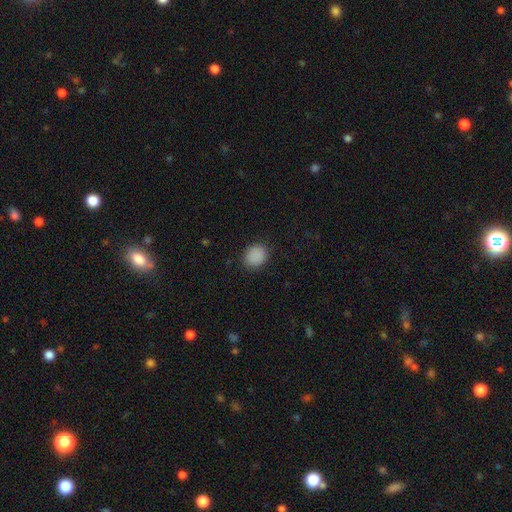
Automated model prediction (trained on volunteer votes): Smooth or featured? smooth (88%)
How rounded? round (67%)
Merging? none (87%)